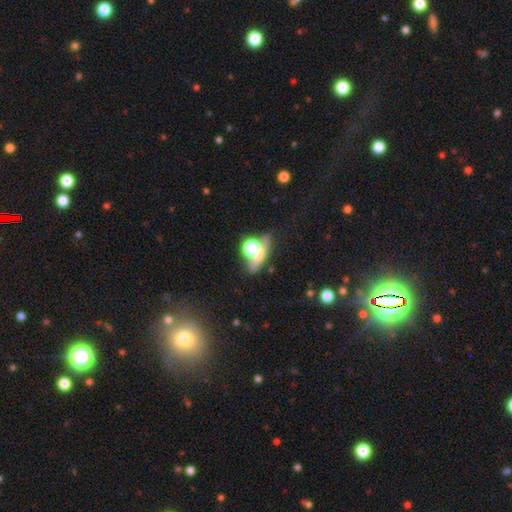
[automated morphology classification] smooth_or_featured: smooth (p=0.58) [alt: featured or disk p=0.22]
how_rounded: in between (p=0.51) [alt: round p=0.36]
merging: none (p=0.44) [alt: merger p=0.25]